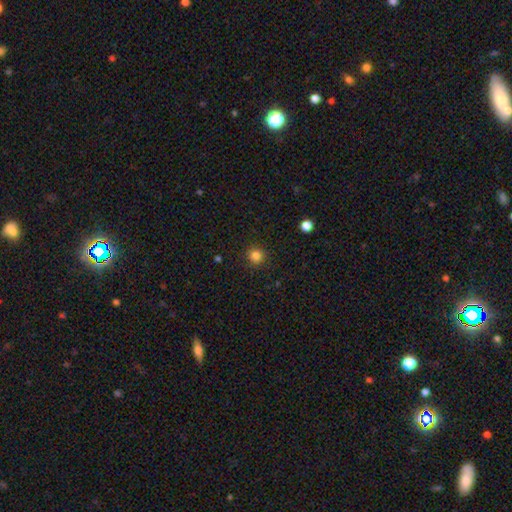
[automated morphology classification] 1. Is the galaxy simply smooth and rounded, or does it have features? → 83% smooth, 12% star or artifact, 4% featured or disk.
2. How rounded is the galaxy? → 94% round, 5% in between, 1% cigar-shaped.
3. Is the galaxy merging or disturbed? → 91% none, 6% minor disturbance, 2% major disturbance, 1% merger.